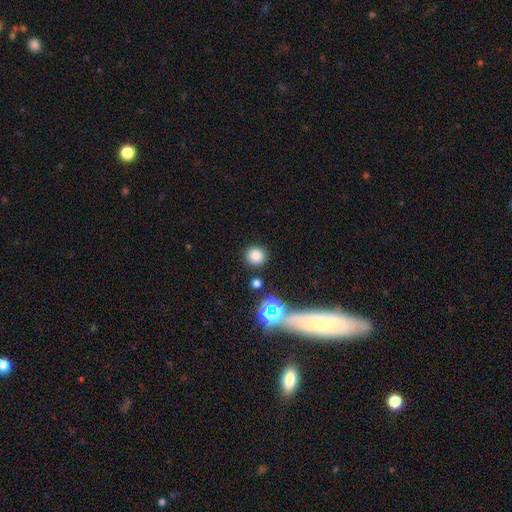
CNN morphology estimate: A smooth galaxy with no disk features (79%) that is round (91%). Merging: none (87%).